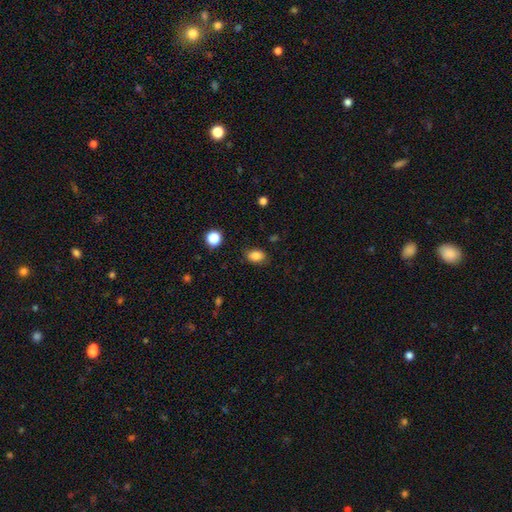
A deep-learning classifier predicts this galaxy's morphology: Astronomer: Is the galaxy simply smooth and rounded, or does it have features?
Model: smooth — 84%.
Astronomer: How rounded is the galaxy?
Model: in between — 75%.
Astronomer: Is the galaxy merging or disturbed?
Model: none — 81%.